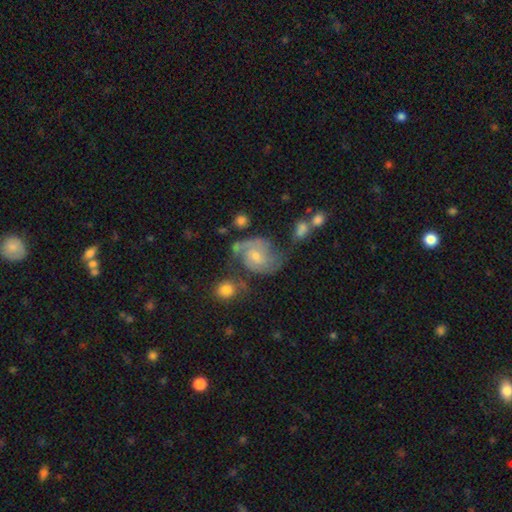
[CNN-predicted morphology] Smooth or featured? Predicted: featured or disk (p=0.77). Edge-on disk? Predicted: no (p=0.98). Bar? Predicted: no (p=0.49). Spiral arms? Predicted: yes (p=0.93). Spiral winding? Predicted: medium (p=0.49). Spiral arm count? Predicted: 2 (p=0.72). Bulge size? Predicted: small (p=0.49). Merging? Predicted: none (p=0.50).